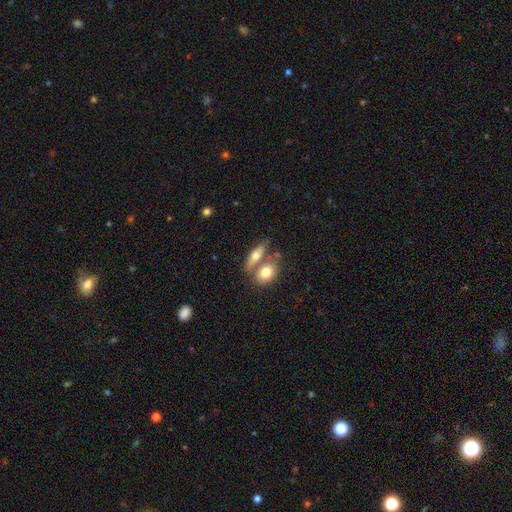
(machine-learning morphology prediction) Q: Smooth or featured?
A: smooth (61%); runner-up: featured or disk (32%)
Q: How rounded?
A: in between (63%); runner-up: cigar-shaped (29%)
Q: Merging?
A: none (46%); runner-up: merger (41%)